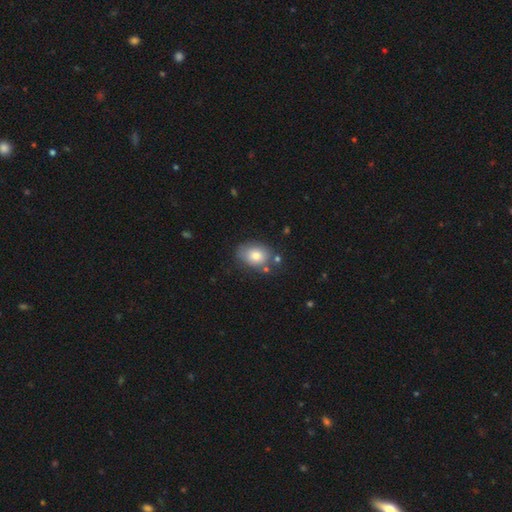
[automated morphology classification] A smooth galaxy with no disk features (77%) that is in between round and cigar-shaped (72%).

Vote fractions:
- Smooth or featured? smooth: 77% / featured or disk: 15% / star or artifact: 8%
- How rounded? in between: 72% / round: 27% / cigar-shaped: 1%
- Merging? none: 68% / minor disturbance: 20% / merger: 6% / major disturbance: 6%